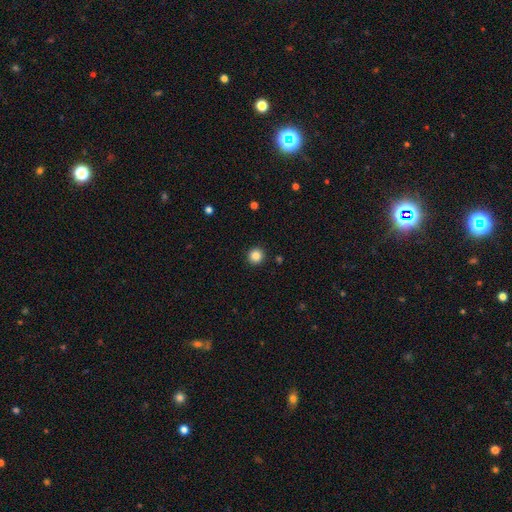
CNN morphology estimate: Smooth or featured? smooth (85%)
How rounded? round (95%)
Merging? none (93%)